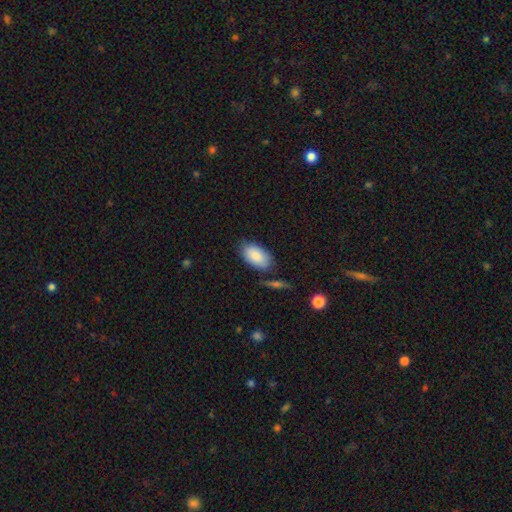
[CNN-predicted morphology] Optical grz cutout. It shows a smooth galaxy with no disk features (86%) that is in between round and cigar-shaped (94%). Merging: none (74%).